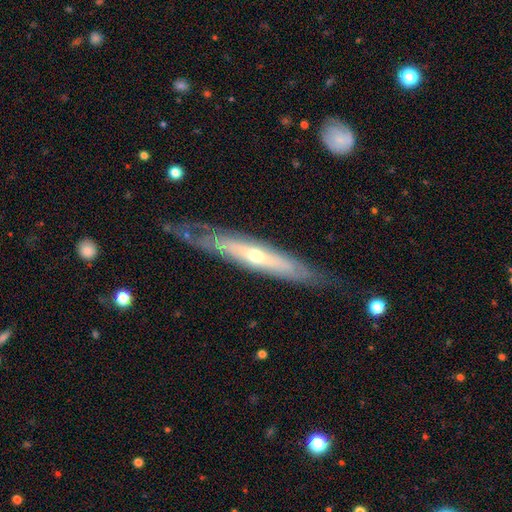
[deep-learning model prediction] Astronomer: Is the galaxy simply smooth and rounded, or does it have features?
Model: featured or disk — 75%.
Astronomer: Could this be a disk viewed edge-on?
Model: yes — 60% (runner-up: no, 40%).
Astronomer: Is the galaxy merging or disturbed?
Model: none — 71%.